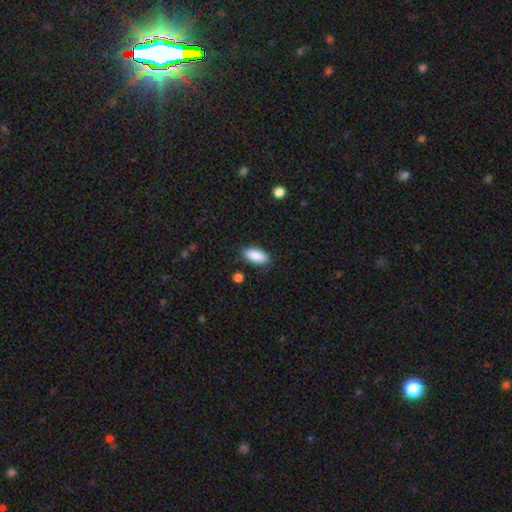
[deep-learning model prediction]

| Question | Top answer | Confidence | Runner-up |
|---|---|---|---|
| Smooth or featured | smooth | 89% | star or artifact (6%) |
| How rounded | in between | 89% | cigar-shaped (8%) |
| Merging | none | 85% | minor disturbance (11%) |